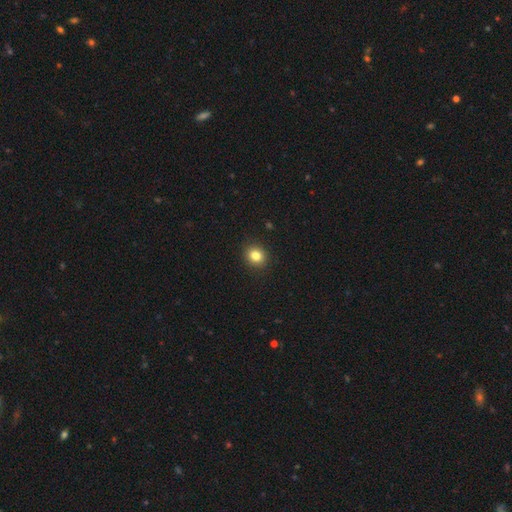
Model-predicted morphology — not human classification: Q: Smooth or featured?
A: smooth (83%); runner-up: star or artifact (11%)
Q: How rounded?
A: round (76%); runner-up: in between (23%)
Q: Merging?
A: none (91%); runner-up: minor disturbance (6%)